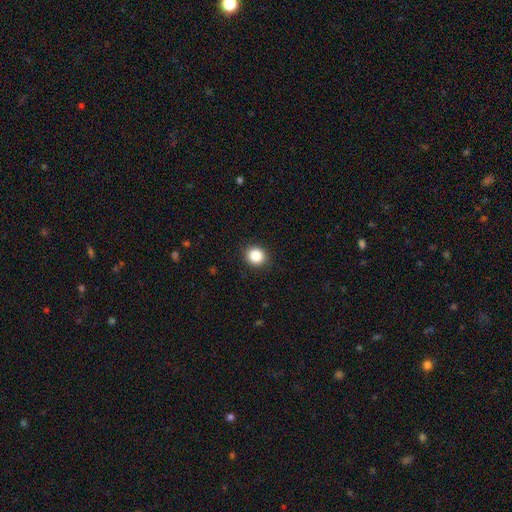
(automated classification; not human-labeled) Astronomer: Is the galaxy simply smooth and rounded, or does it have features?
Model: smooth — 87%.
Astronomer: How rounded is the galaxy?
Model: round — 81%.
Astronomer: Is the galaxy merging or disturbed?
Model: none — 90%.